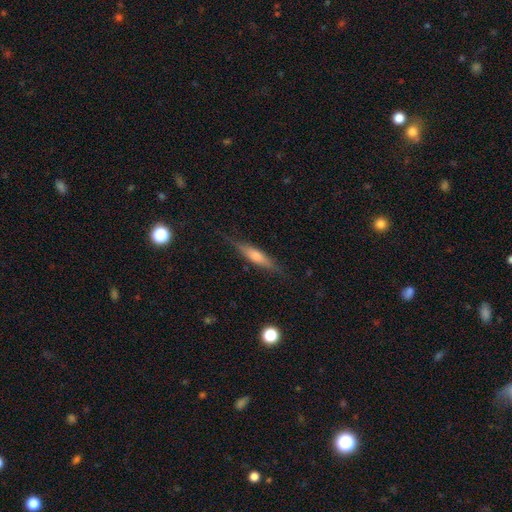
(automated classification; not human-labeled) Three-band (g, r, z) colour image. It shows a featured or disk galaxy (50%). Merging: none (83%).